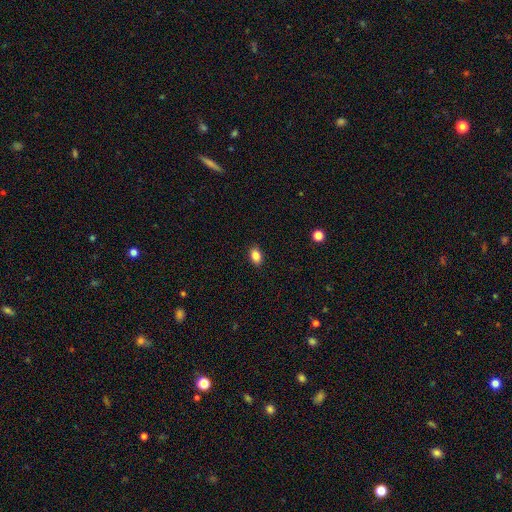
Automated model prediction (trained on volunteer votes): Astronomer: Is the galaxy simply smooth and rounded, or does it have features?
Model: smooth — 85%.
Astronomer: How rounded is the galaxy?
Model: in between — 83%.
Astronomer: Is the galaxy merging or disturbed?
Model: none — 89%.